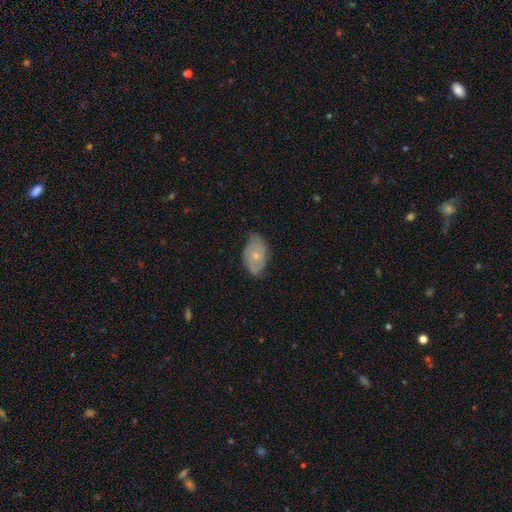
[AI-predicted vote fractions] smooth-or-featured: featured or disk: 47% | smooth: 46% | star or artifact: 6%
  merging: none: 65% | minor disturbance: 28% | major disturbance: 6% | merger: 1%